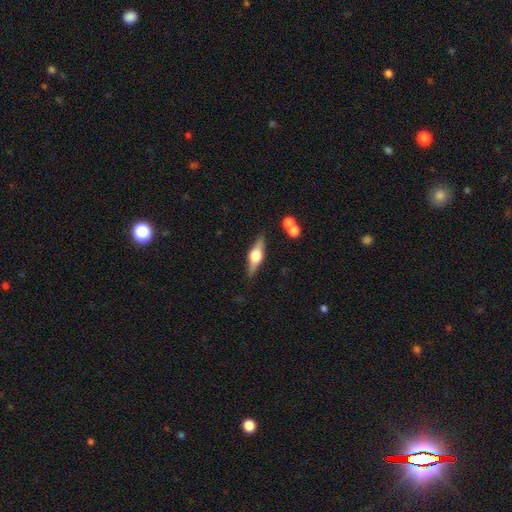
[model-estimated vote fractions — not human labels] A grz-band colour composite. It shows a featured or disk galaxy (68%) viewed edge-on (95%) with a rounded central bulge (92%). Merging: none (84%).